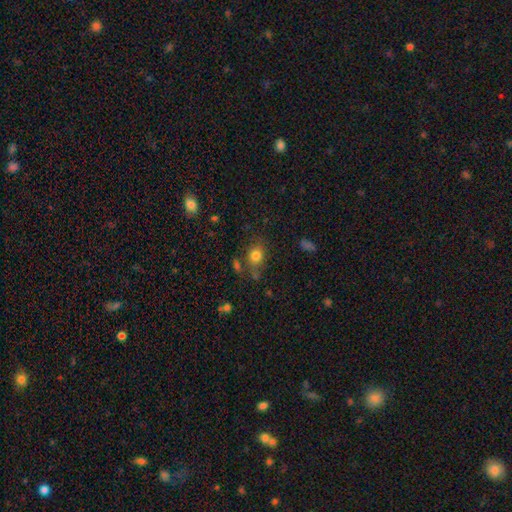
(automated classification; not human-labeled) The model was most divided on "how rounded": round: 50%, in between: 48%, cigar-shaped: 2%. More confident: smooth or featured — smooth (80%); merging — none (66%).